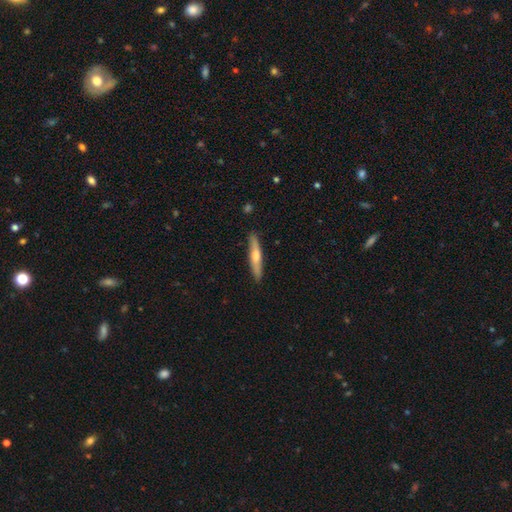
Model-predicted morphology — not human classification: This appears to be a smooth galaxy with no disk features (48%). Merging: none (89%).